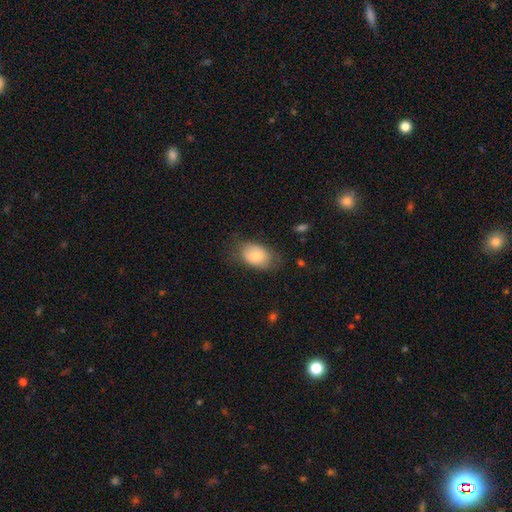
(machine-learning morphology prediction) A smooth galaxy with no disk features (77%) that is in between round and cigar-shaped (87%).

Vote fractions:
- Smooth or featured? smooth: 77% / featured or disk: 16% / star or artifact: 7%
- How rounded? in between: 87% / round: 12% / cigar-shaped: 1%
- Merging? none: 66% / minor disturbance: 24% / major disturbance: 8% / merger: 1%